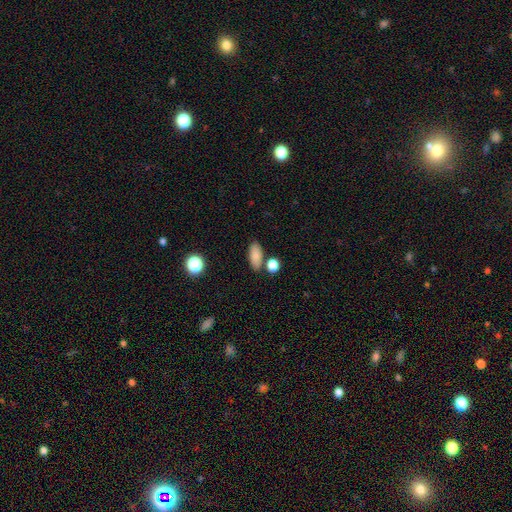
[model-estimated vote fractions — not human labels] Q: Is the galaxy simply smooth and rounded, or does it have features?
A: smooth — 85%.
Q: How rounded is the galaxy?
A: in between — 84%.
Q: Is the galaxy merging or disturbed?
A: none — 77%.